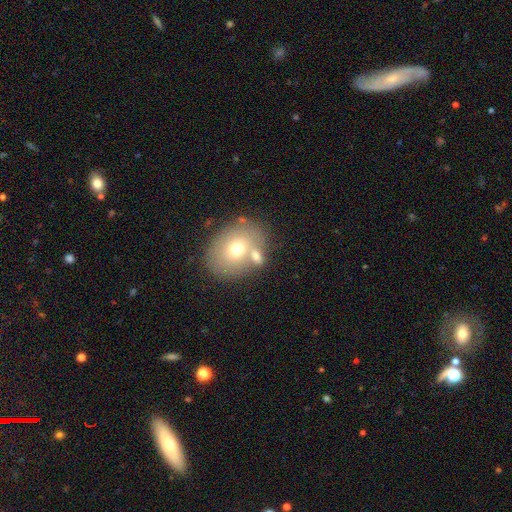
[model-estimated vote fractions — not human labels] This is likely a smooth galaxy (67%). How rounded: possibly in between (53%). Merging: possibly none (53%).